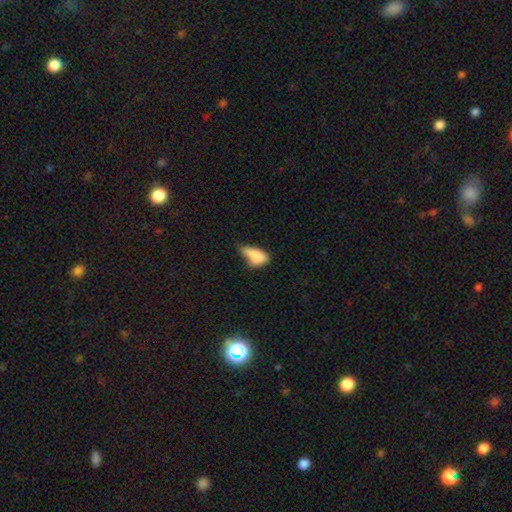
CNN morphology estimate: smooth-or-featured: smooth: 80% | featured or disk: 11% | star or artifact: 9%
  how-rounded: in between: 87% | cigar-shaped: 9% | round: 4%
  merging: minor disturbance: 41% | none: 29% | major disturbance: 20% | merger: 9%